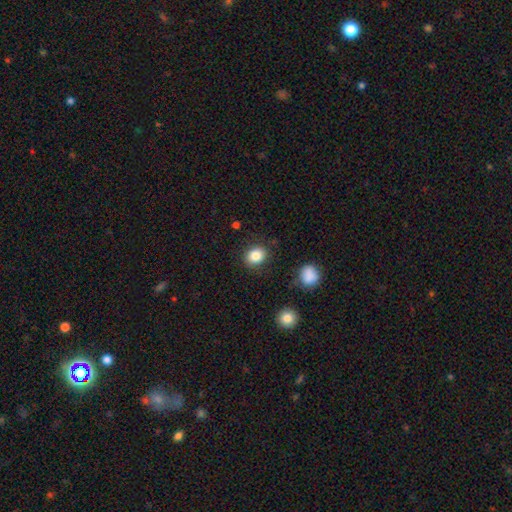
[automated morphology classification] Q: Smooth or featured?
A: smooth (85%); runner-up: star or artifact (9%)
Q: How rounded?
A: round (59%); runner-up: in between (40%)
Q: Merging?
A: none (86%); runner-up: minor disturbance (9%)